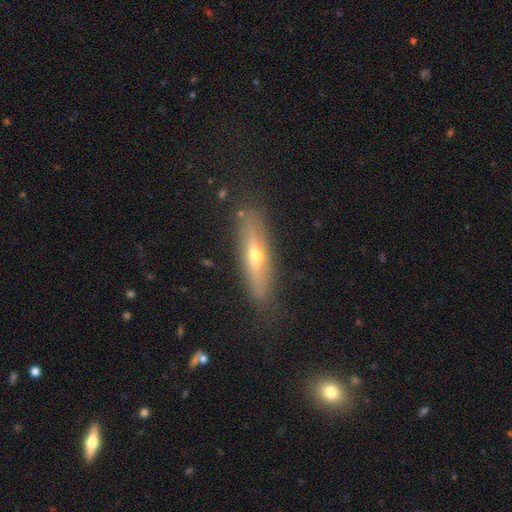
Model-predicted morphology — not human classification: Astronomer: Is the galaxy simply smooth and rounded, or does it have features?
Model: featured or disk — 60%.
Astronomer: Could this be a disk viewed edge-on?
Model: yes — 84%.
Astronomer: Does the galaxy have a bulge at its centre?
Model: rounded — 88%.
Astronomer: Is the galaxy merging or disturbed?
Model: none — 83%.